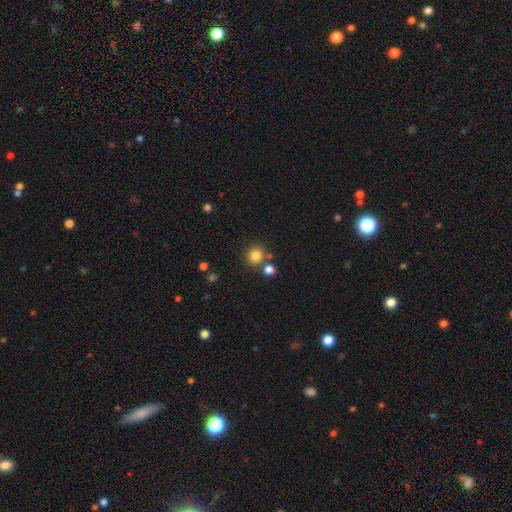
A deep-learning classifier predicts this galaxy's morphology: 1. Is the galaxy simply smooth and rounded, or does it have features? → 82% smooth, 12% star or artifact, 6% featured or disk.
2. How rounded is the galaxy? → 90% round, 10% in between, 1% cigar-shaped.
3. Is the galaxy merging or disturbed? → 75% none, 15% merger, 8% minor disturbance, 3% major disturbance.